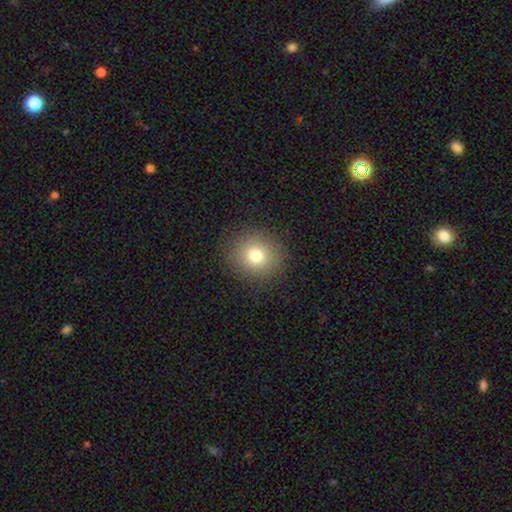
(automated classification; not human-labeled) This appears to be a smooth galaxy with no disk features (77%) that is round (88%). Merging: none (89%).